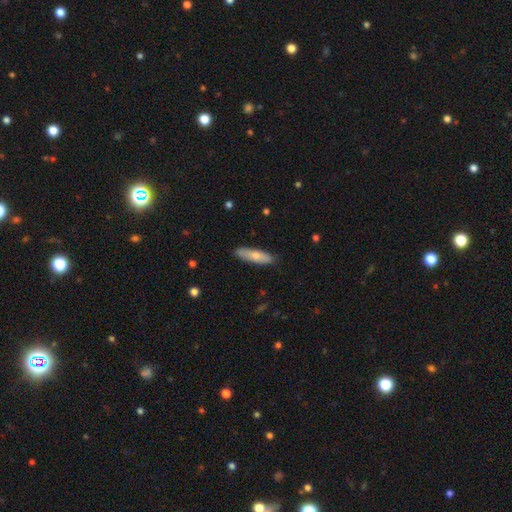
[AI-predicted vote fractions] A smooth galaxy with no disk features (75%) that is cigar-shaped (63%).

Vote fractions:
- Smooth or featured? smooth: 75% / featured or disk: 20% / star or artifact: 5%
- How rounded? cigar-shaped: 63% / in between: 36% / round: 2%
- Merging? none: 86% / minor disturbance: 11% / major disturbance: 2% / merger: 1%